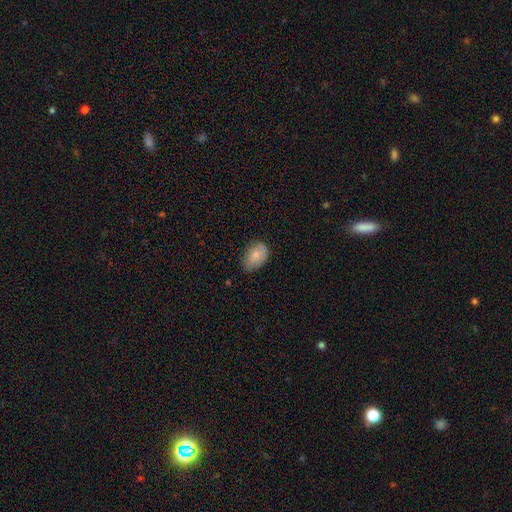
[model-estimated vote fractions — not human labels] Smooth or featured: smooth — 76% (featured or disk — 16%)
How rounded: in between — 83% (round — 16%)
Merging: none — 65% (minor disturbance — 29%)